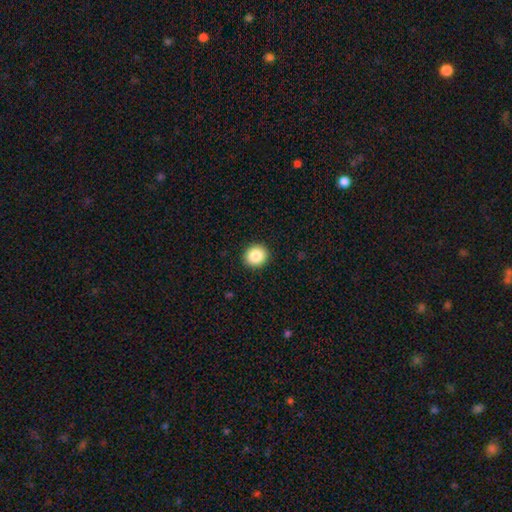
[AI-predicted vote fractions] Smooth or featured?
  - smooth: 87% *
  - star or artifact: 9%
  - featured or disk: 5%
How rounded?
  - round: 82% *
  - in between: 17%
  - cigar-shaped: 1%
Merging?
  - none: 92% *
  - minor disturbance: 6%
  - major disturbance: 2%
  - merger: 1%